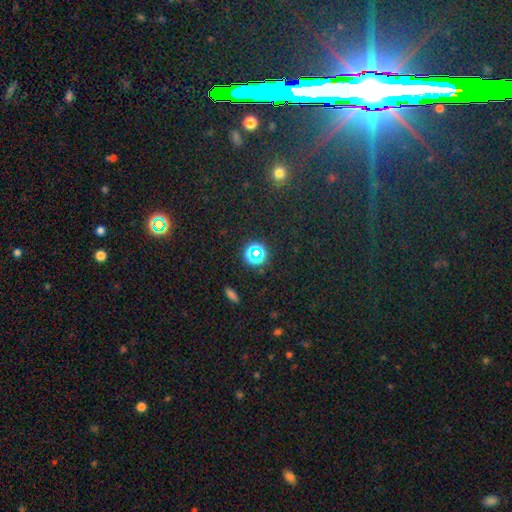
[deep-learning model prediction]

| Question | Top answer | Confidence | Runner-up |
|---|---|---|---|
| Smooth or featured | star or artifact | 66% | smooth (23%) |